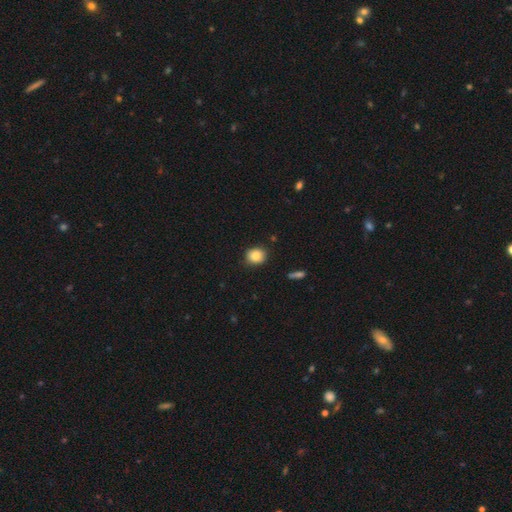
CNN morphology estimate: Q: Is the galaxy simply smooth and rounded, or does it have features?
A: smooth — 84%.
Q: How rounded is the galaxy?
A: round — 72%.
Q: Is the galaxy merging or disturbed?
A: none — 88%.